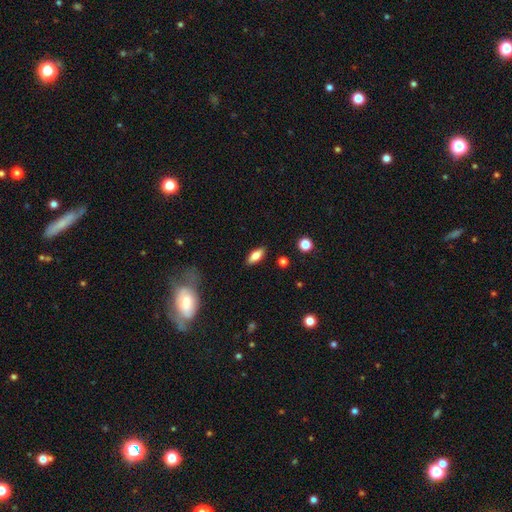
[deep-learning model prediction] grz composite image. It shows a smooth galaxy with no disk features (70%) that is in between round and cigar-shaped (73%). Merging: none (87%).